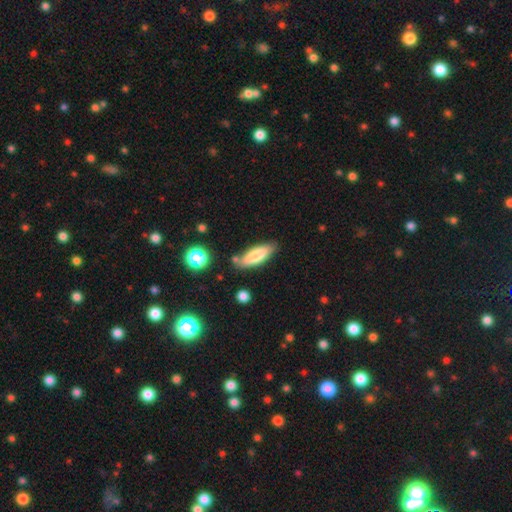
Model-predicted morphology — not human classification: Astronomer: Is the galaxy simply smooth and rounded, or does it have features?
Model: smooth — 78%.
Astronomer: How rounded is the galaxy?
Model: in between — 58% (runner-up: cigar-shaped, 40%).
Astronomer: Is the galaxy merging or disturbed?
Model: none — 74%.